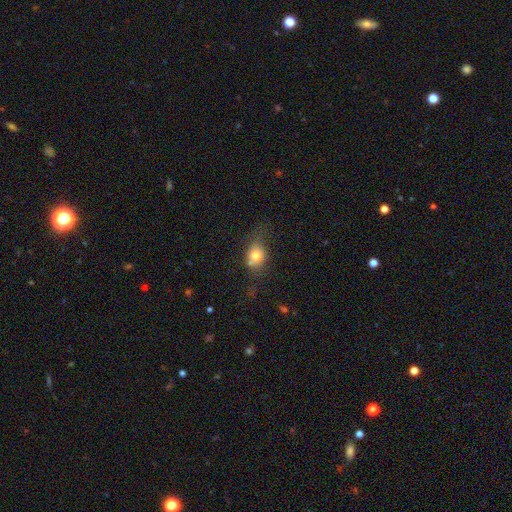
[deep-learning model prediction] This is likely a smooth galaxy (73%). How rounded: possibly round (50%). Merging: possibly none (48%).